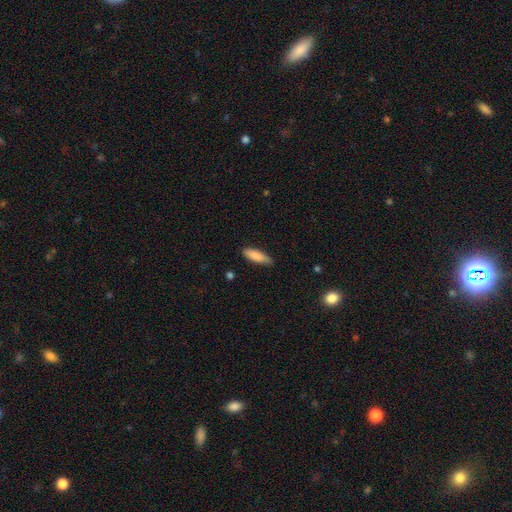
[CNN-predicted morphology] smooth_or_featured: smooth (p=0.85) [alt: featured or disk p=0.09]
how_rounded: in between (p=0.49) [tied with: cigar-shaped p=0.49]
merging: none (p=0.77) [alt: minor disturbance p=0.19]